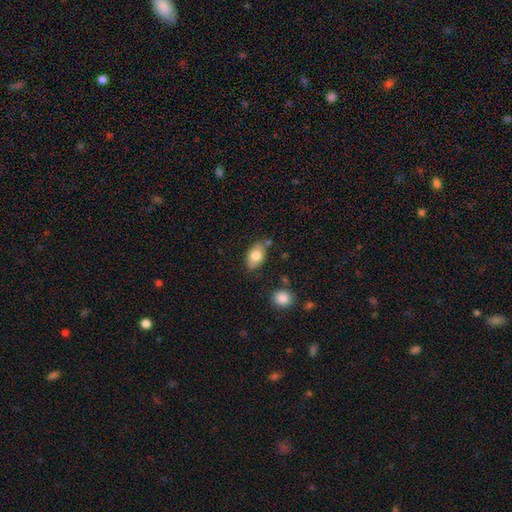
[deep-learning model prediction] Morphology: type=smooth (77%); roundness=in between (90%); merging=none (74%).